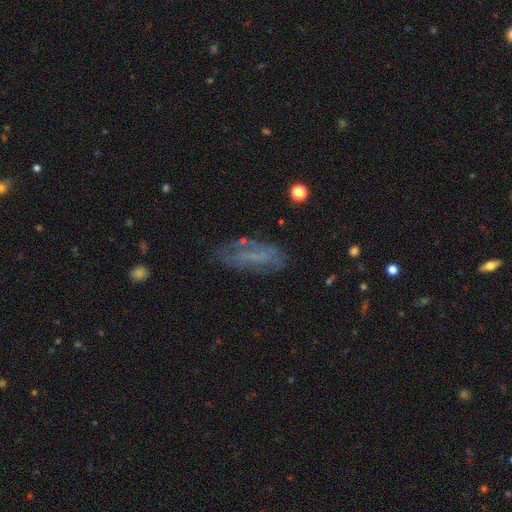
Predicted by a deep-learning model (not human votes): This appears to be a featured or disk galaxy (44%). Merging: none (58%).